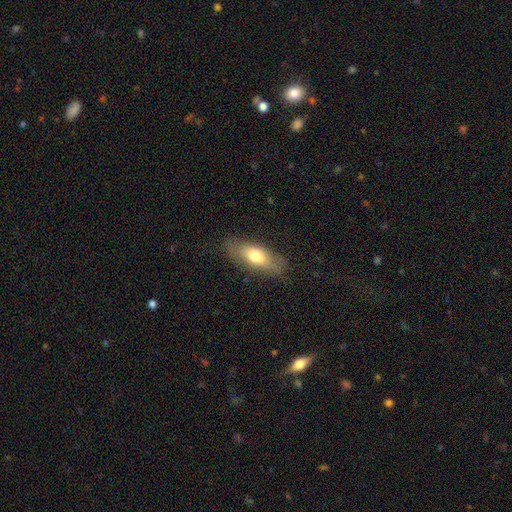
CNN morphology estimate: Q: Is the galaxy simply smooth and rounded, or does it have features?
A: smooth — 68%.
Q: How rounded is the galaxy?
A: in between — 71%.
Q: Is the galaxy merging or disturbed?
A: none — 77%.